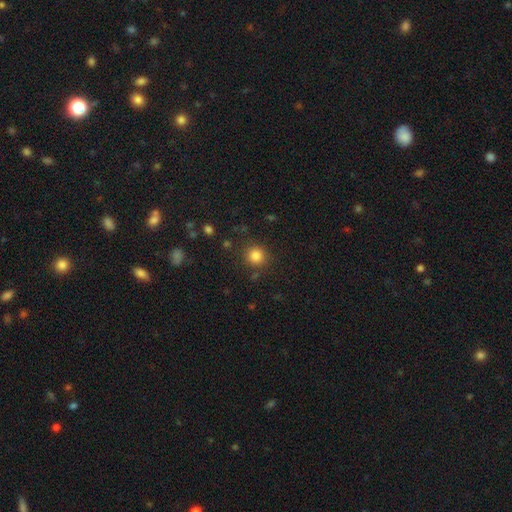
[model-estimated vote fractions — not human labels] This appears to be a smooth galaxy with no disk features (83%) that is round (92%). Merging: none (86%).